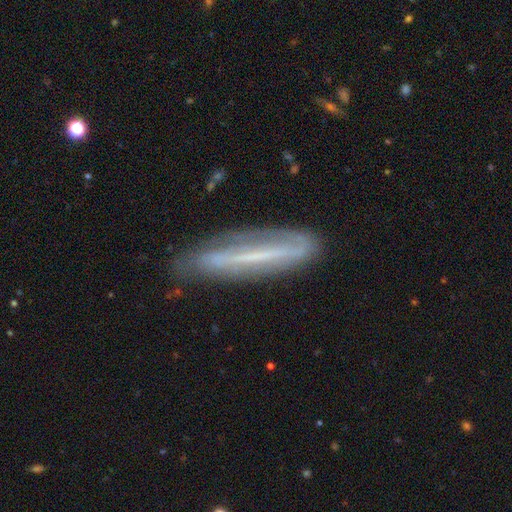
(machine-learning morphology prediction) featured or disk 63%, smooth 29%, star or artifact 8%. Down the decision tree: edge-on disk — yes (63%); merging — none (72%).